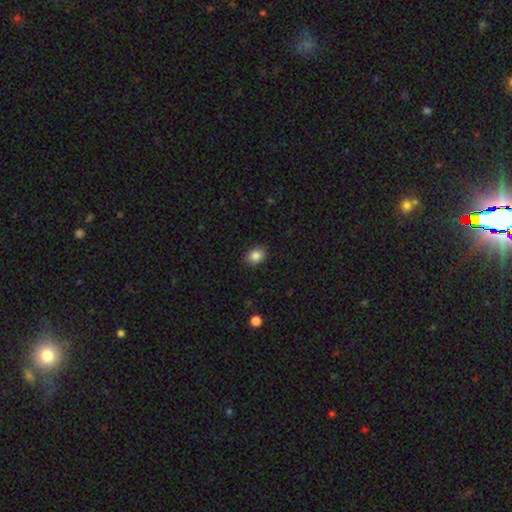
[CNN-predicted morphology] smooth-or-featured: smooth: 86% | star or artifact: 9% | featured or disk: 5%
  how-rounded: in between: 66% | round: 33% | cigar-shaped: 1%
  merging: none: 89% | minor disturbance: 8% | major disturbance: 2% | merger: 1%